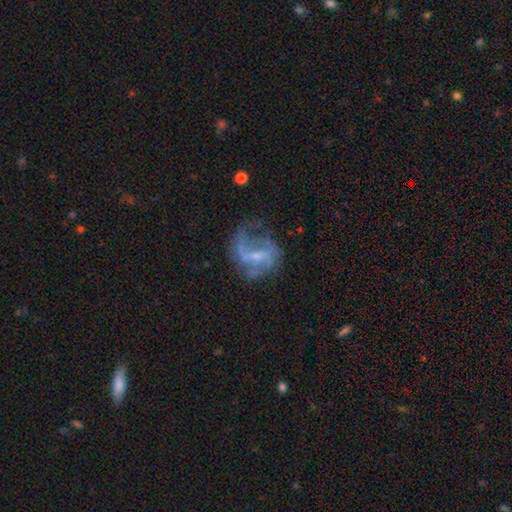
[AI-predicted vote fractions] smooth_or_featured: featured or disk (p=0.79) [alt: smooth p=0.13]
disk_edge_on: no (p=0.97) [alt: yes p=0.03]
bar: weak (p=0.52) [alt: no p=0.26]
has_spiral_arms: yes (p=0.84) [alt: no p=0.16]
spiral_winding: loose (p=0.53) [alt: medium p=0.35]
spiral_arm_count: 2 (p=0.53) [alt: can't tell p=0.18]
bulge_size: small (p=0.59) [alt: moderate p=0.24]
merging: none (p=0.47) [alt: major disturbance p=0.28]